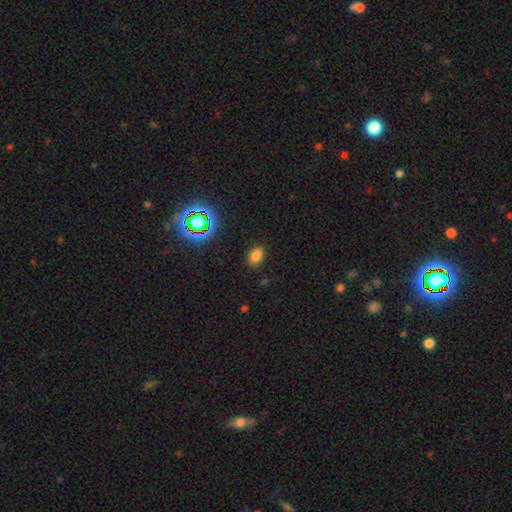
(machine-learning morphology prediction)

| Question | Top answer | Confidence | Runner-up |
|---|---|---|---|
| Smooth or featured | smooth | 76% | star or artifact (18%) |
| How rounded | in between | 83% | round (15%) |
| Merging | none | 86% | minor disturbance (10%) |